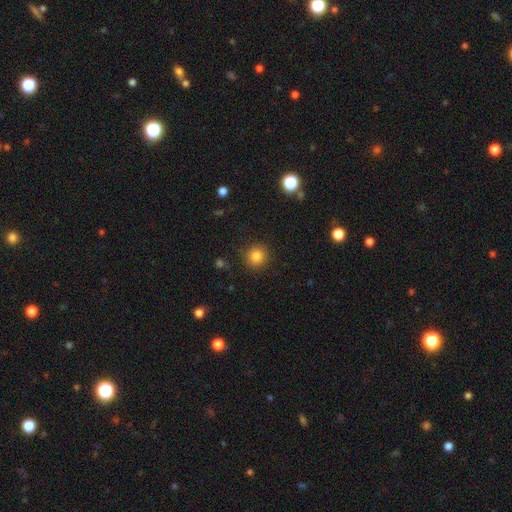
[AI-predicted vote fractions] Smooth or featured?
  - smooth: 83% *
  - star or artifact: 12%
  - featured or disk: 5%
How rounded?
  - round: 92% *
  - in between: 7%
  - cigar-shaped: 1%
Merging?
  - none: 90% *
  - minor disturbance: 7%
  - major disturbance: 2%
  - merger: 1%